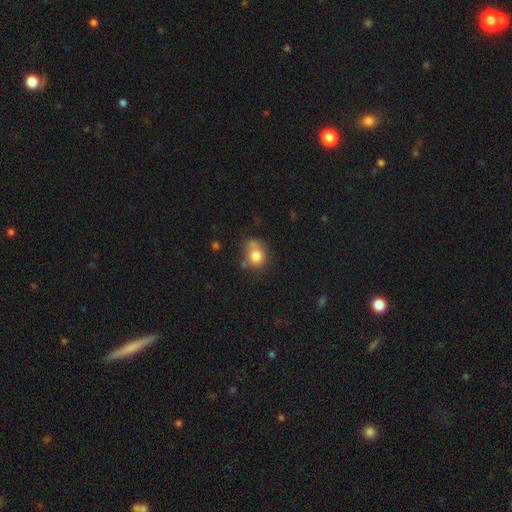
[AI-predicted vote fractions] Smooth or featured? Predicted: smooth (p=0.79). How rounded? Predicted: round (p=0.71). Merging? Predicted: none (p=0.52).